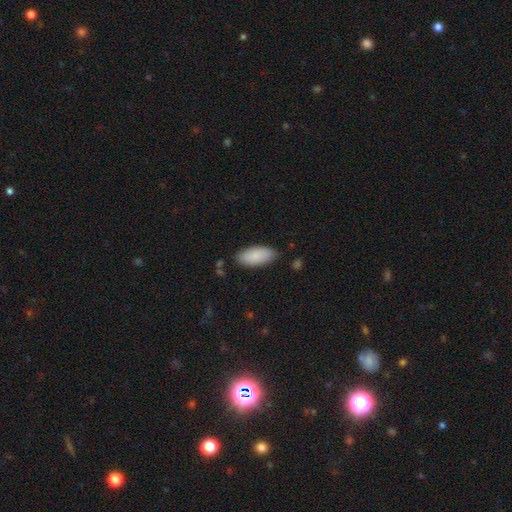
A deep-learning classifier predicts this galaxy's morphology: A smooth galaxy with no disk features (87%) that is in between round and cigar-shaped (89%).

Vote fractions:
- Smooth or featured? smooth: 87% / featured or disk: 8% / star or artifact: 6%
- How rounded? in between: 89% / cigar-shaped: 10% / round: 2%
- Merging? none: 81% / minor disturbance: 15% / major disturbance: 3% / merger: 2%